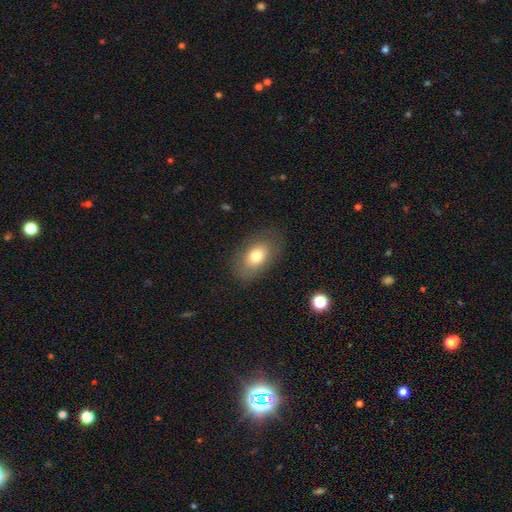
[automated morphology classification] Q: Smooth or featured?
A: smooth (76%); runner-up: featured or disk (16%)
Q: How rounded?
A: in between (88%); runner-up: round (11%)
Q: Merging?
A: none (81%); runner-up: minor disturbance (13%)